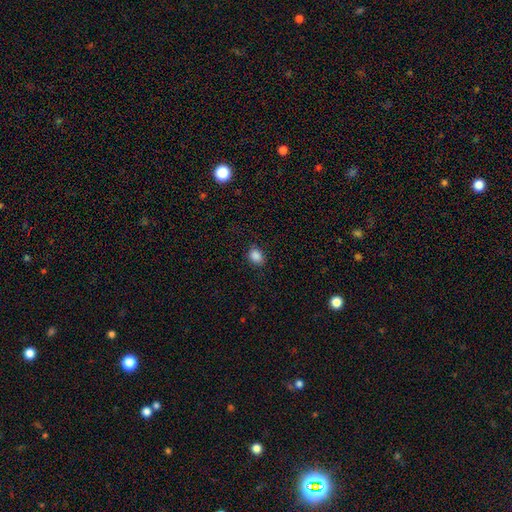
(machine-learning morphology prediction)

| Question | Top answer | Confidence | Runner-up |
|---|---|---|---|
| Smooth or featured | smooth | 87% | star or artifact (10%) |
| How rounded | in between | 68% | round (31%) |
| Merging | none | 84% | minor disturbance (12%) |